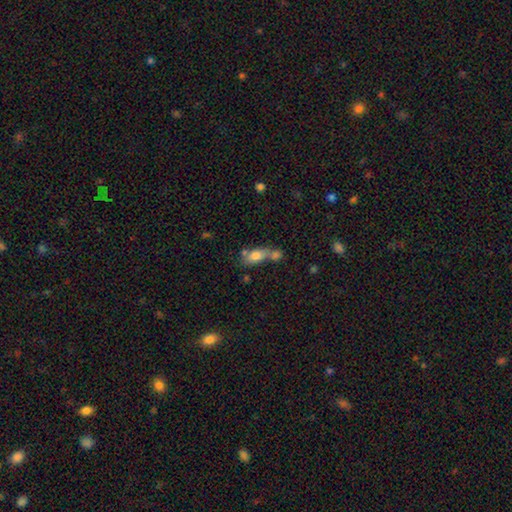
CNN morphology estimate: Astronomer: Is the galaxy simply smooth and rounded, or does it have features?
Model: smooth — 73%.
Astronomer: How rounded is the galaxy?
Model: in between — 76%.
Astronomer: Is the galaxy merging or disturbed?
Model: merger — 54%.